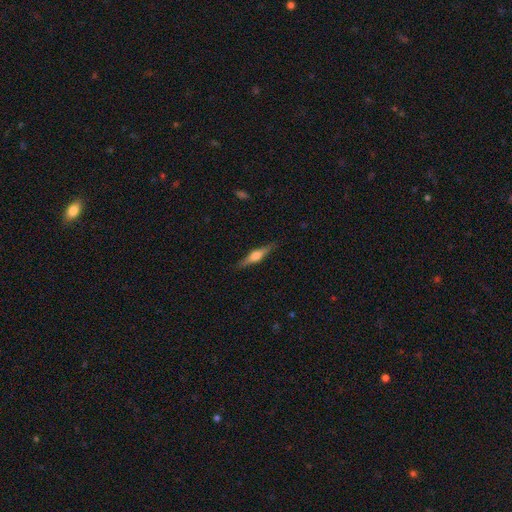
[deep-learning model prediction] Smooth or featured: featured or disk — 69% (smooth — 25%)
Edge-on disk: yes — 97% (no — 3%)
Edge-on bulge: rounded — 88% (boxy — 9%)
Merging: none — 88% (minor disturbance — 9%)